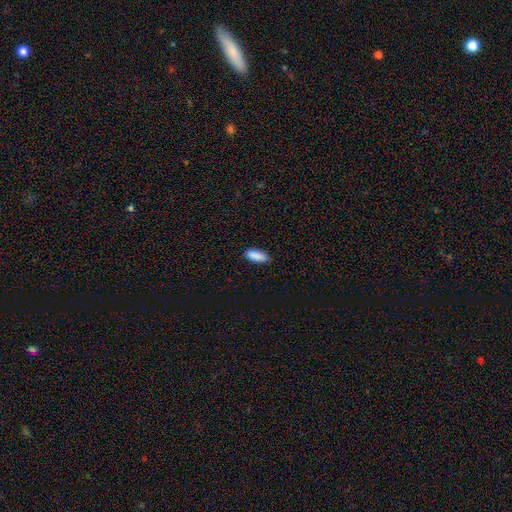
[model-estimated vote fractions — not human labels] smooth_or_featured: smooth (p=0.89) [alt: star or artifact p=0.07]
how_rounded: in between (p=0.70) [alt: cigar-shaped p=0.28]
merging: none (p=0.79) [alt: minor disturbance p=0.18]